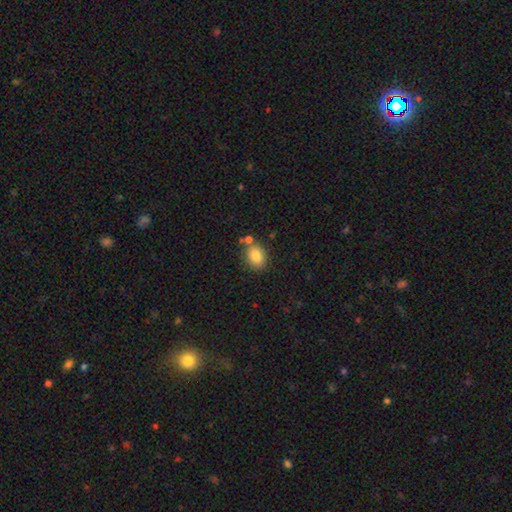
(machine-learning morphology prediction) The model was most divided on "how rounded": in between: 61%, round: 38%, cigar-shaped: 1%. More confident: smooth or featured — smooth (84%); merging — none (71%).